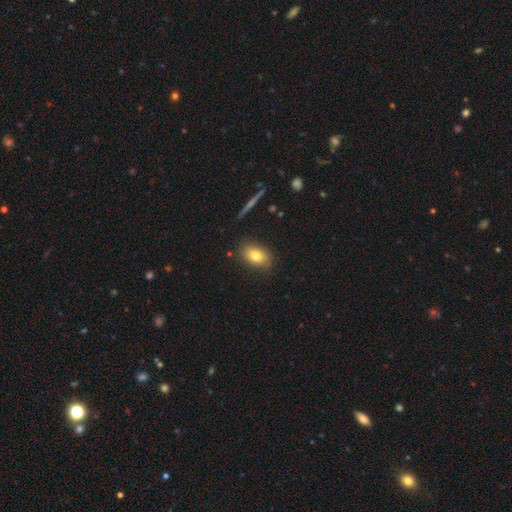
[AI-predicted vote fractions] This appears to be a smooth galaxy with no disk features (78%) that is in between round and cigar-shaped (84%). Merging: none (80%).